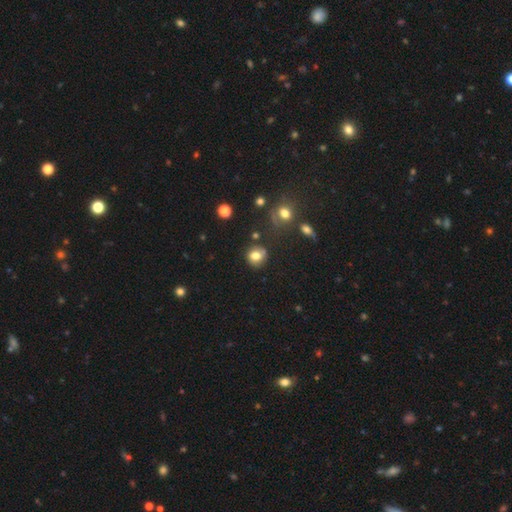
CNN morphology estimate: The model was most divided on "merging": none: 74%, minor disturbance: 15%, merger: 6%, major disturbance: 5%. More confident: how rounded — round (82%); smooth or featured — smooth (76%).